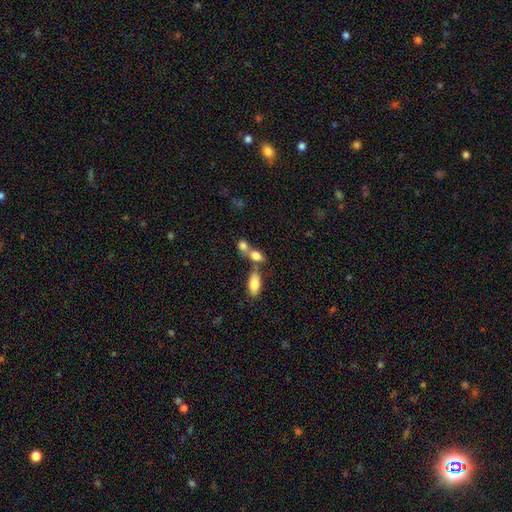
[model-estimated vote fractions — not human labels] Morphology: type=smooth (78%); roundness=in between (71%); merging=merger (56%).